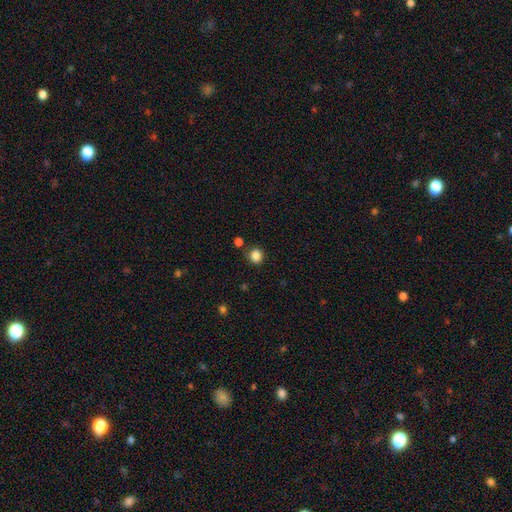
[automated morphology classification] Smooth or featured?
  - smooth: 85% *
  - star or artifact: 11%
  - featured or disk: 4%
How rounded?
  - round: 80% *
  - in between: 19%
  - cigar-shaped: 1%
Merging?
  - none: 80% *
  - minor disturbance: 11%
  - merger: 6%
  - major disturbance: 3%